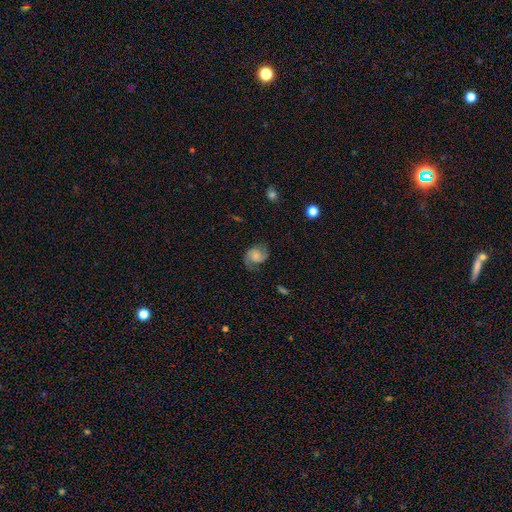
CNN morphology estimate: The model was most divided on "bulge size": small: 38%, none: 27%, moderate: 25%, large: 8%, dominant: 2%. Remaining: edge-on disk — no (98%); spiral arms — yes (94%); spiral arm count — 2 (87%); merging — none (71%); smooth or featured — featured or disk (67%); bar — no (65%); spiral winding — medium (49%).